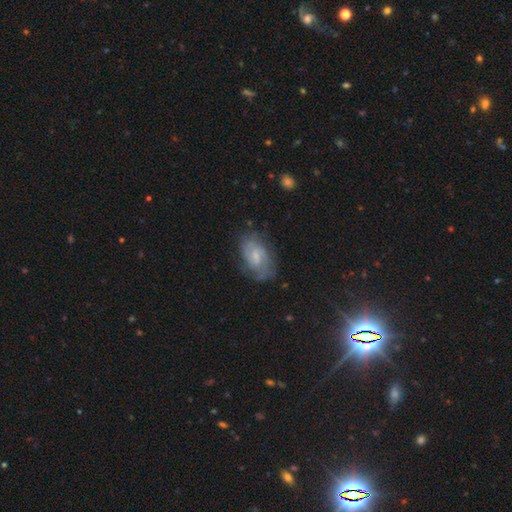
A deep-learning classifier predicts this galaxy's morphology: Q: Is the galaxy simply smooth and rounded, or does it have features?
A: featured or disk — 69%.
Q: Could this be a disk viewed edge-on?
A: no — 97%.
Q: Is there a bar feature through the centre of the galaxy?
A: weak — 57%.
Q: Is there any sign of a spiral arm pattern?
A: yes — 90%.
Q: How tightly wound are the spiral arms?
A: medium — 43%.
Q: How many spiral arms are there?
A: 2 — 61%.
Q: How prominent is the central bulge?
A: small — 53%.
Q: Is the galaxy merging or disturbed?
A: none — 70%.